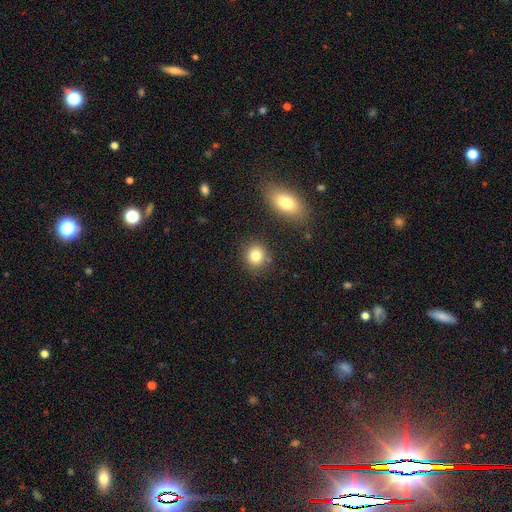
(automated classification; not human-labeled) Smooth or featured: smooth — 82% (star or artifact — 10%)
How rounded: round — 78% (in between — 21%)
Merging: none — 81% (minor disturbance — 10%)